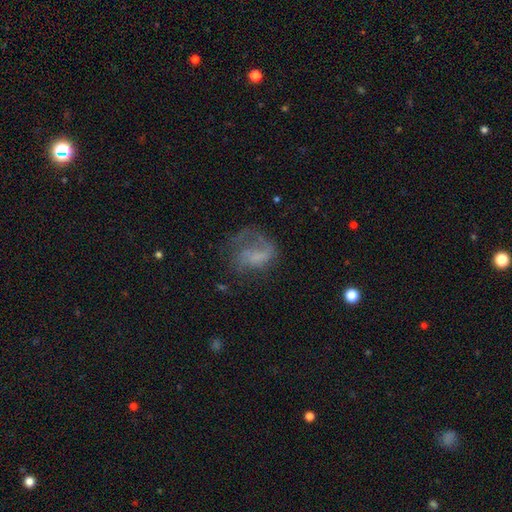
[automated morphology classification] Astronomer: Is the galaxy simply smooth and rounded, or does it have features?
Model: featured or disk — 51% (runner-up: smooth, 35%).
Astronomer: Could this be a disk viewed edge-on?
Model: no — 97%.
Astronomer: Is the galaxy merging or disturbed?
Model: major disturbance — 42% (runner-up: none, 35%).